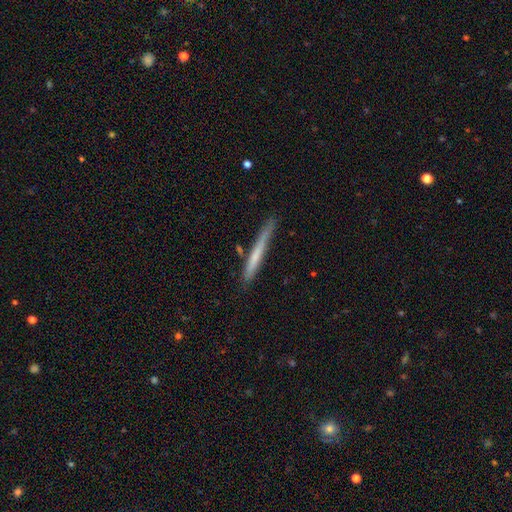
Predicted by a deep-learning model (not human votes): A smooth galaxy with no disk features (57%) that is cigar-shaped (97%).

Vote fractions:
- Smooth or featured? smooth: 57% / featured or disk: 38% / star or artifact: 6%
- How rounded? cigar-shaped: 97% / in between: 2% / round: 1%
- Merging? none: 76% / minor disturbance: 17% / merger: 4% / major disturbance: 3%